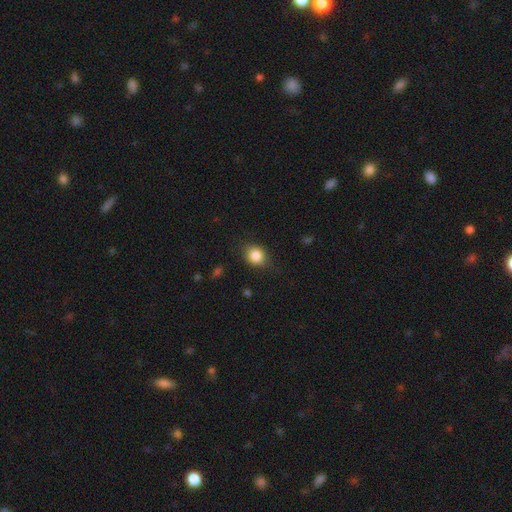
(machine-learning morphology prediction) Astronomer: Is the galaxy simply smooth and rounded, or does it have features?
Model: smooth — 84%.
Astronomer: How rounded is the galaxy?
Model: round — 62%.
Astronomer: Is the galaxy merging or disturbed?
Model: none — 79%.